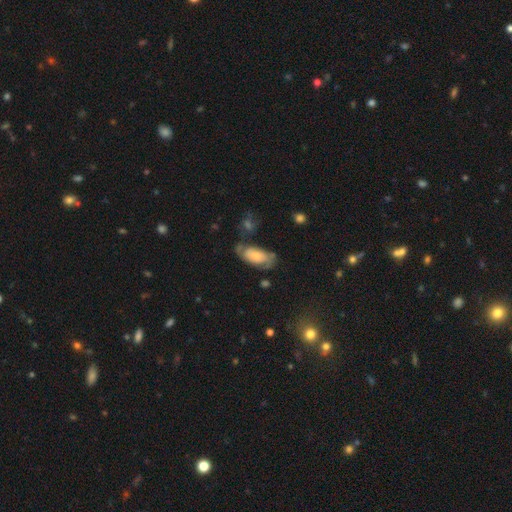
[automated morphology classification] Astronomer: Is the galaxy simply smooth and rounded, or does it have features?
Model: smooth — 47% (runner-up: featured or disk, 46%).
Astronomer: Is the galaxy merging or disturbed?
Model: none — 48% (runner-up: minor disturbance, 27%).